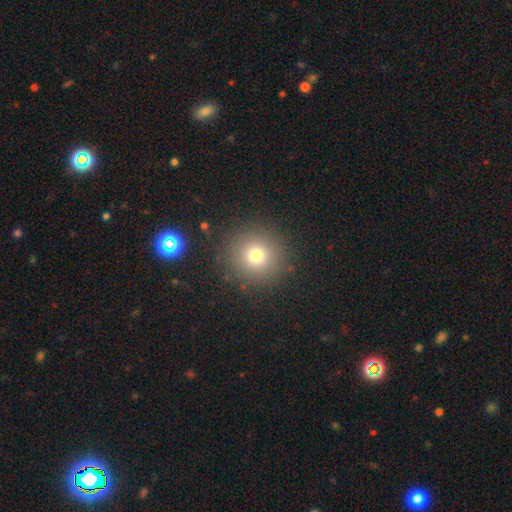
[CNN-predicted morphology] This appears to be a smooth galaxy with no disk features (74%) that is round (94%). Merging: none (88%).